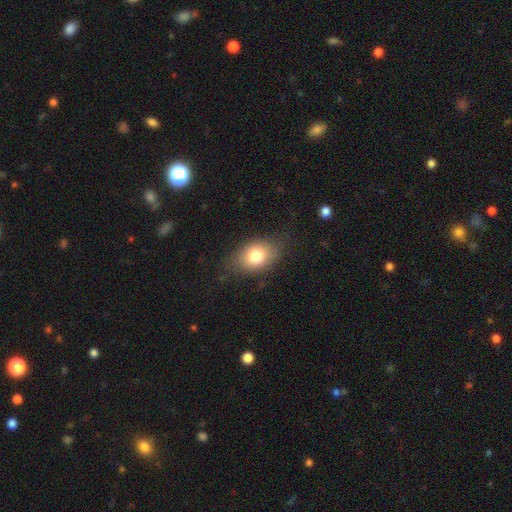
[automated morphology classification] smooth 77%, featured or disk 13%, star or artifact 9%. Down the decision tree: how rounded — in between (74%); merging — none (74%).